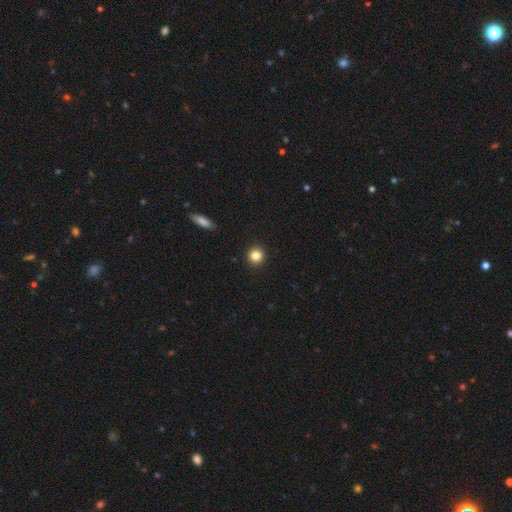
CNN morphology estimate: Q: Smooth or featured?
A: smooth (84%); runner-up: star or artifact (11%)
Q: How rounded?
A: round (93%); runner-up: in between (6%)
Q: Merging?
A: none (93%); runner-up: minor disturbance (5%)